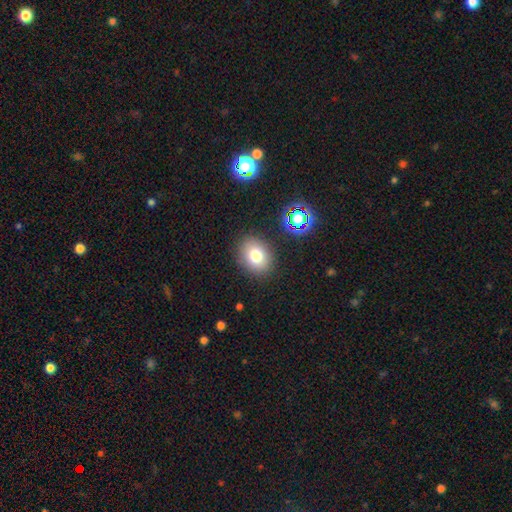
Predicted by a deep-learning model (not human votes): Smooth or featured?
  - smooth: 76% *
  - star or artifact: 14%
  - featured or disk: 10%
How rounded?
  - round: 51% *
  - in between: 48%
  - cigar-shaped: 1%
Merging?
  - none: 86% *
  - minor disturbance: 9%
  - major disturbance: 3%
  - merger: 2%